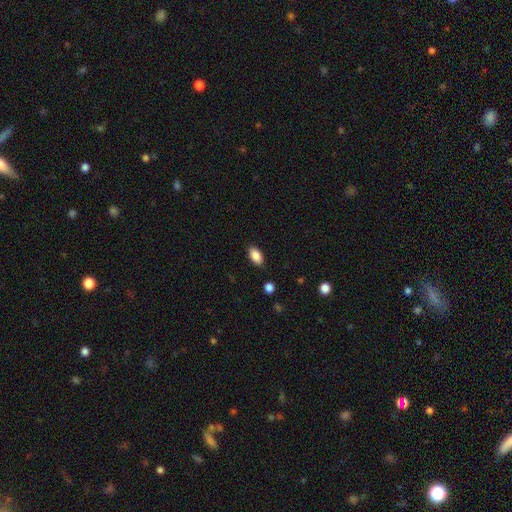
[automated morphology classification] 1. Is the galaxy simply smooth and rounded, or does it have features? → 87% smooth, 7% star or artifact, 5% featured or disk.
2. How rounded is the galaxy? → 92% in between, 4% round, 4% cigar-shaped.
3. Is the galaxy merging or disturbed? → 87% none, 9% minor disturbance, 2% major disturbance, 1% merger.